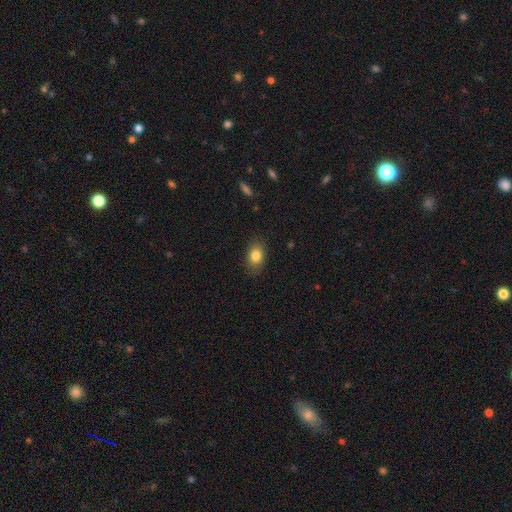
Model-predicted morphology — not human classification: smooth 83%, star or artifact 9%, featured or disk 8%. Down the decision tree: how rounded — in between (78%); merging — none (84%).